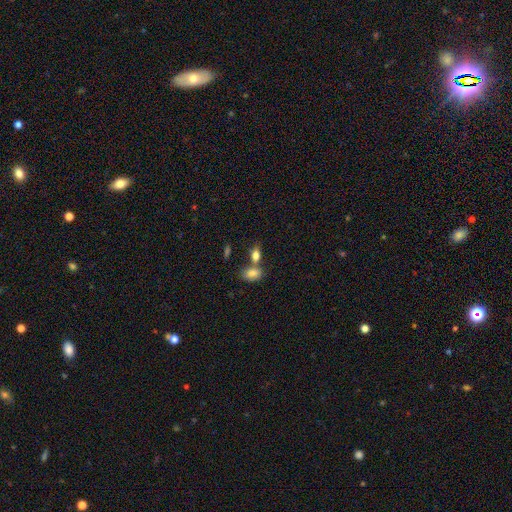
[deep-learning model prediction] smooth 81%, featured or disk 10%, star or artifact 9%. Down the decision tree: how rounded — in between (85%); merging — none (45%).